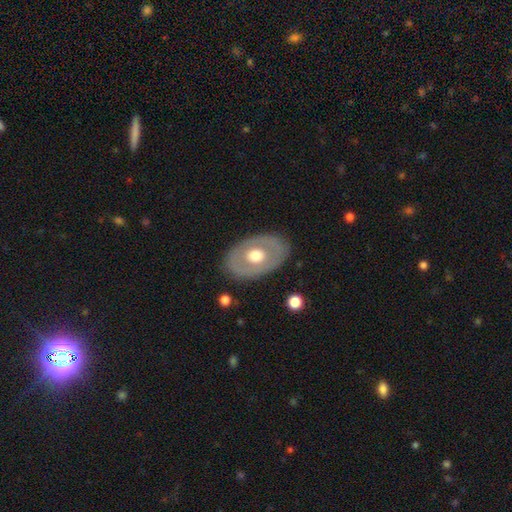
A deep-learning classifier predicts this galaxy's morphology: smooth-or-featured: featured or disk: 50% | smooth: 45% | star or artifact: 5%
  disk-edge-on: no: 89% | yes: 11%
  merging: none: 84% | minor disturbance: 10% | major disturbance: 4% | merger: 1%